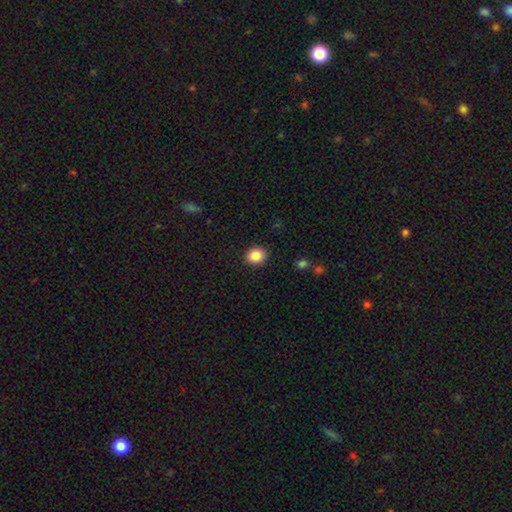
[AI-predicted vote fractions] Q: Smooth or featured?
A: smooth (87%); runner-up: star or artifact (9%)
Q: How rounded?
A: round (73%); runner-up: in between (26%)
Q: Merging?
A: none (90%); runner-up: minor disturbance (7%)